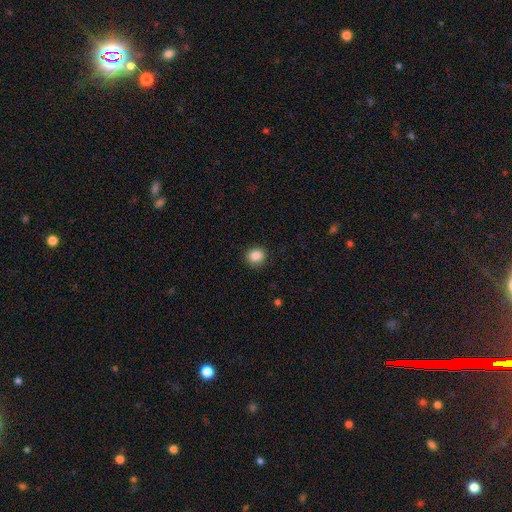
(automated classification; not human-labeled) This is clearly a smooth galaxy (87%). How rounded: clearly round (84%). Merging: clearly none (89%).